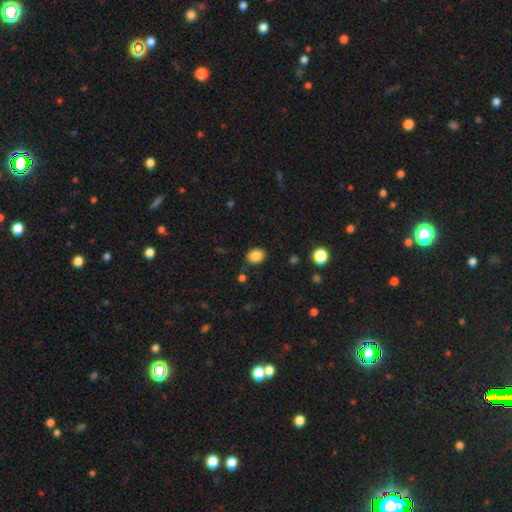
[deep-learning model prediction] smooth-or-featured: smooth: 85% | star or artifact: 10% | featured or disk: 4%
  how-rounded: round: 54% | in between: 45% | cigar-shaped: 1%
  merging: none: 80% | minor disturbance: 14% | merger: 3% | major disturbance: 3%